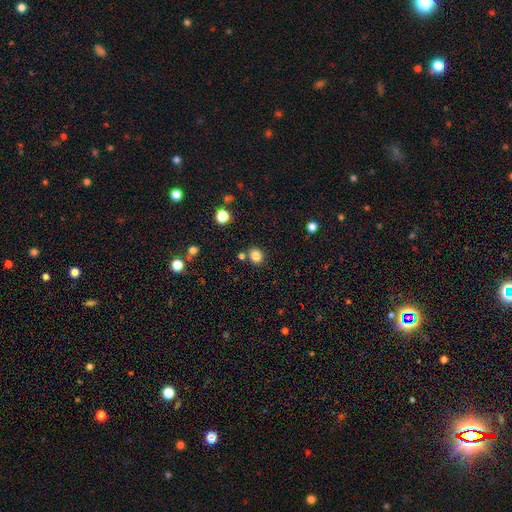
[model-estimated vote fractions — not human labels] The model was most divided on "how rounded": round: 76%, in between: 23%, cigar-shaped: 1%. More confident: smooth or featured — smooth (83%); merging — none (80%).